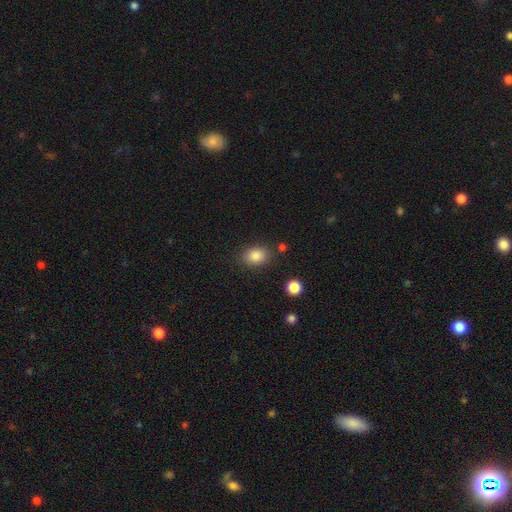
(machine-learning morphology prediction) smooth_or_featured: smooth (p=0.85) [alt: star or artifact p=0.09]
how_rounded: in between (p=0.72) [alt: round p=0.27]
merging: none (p=0.80) [alt: minor disturbance p=0.12]